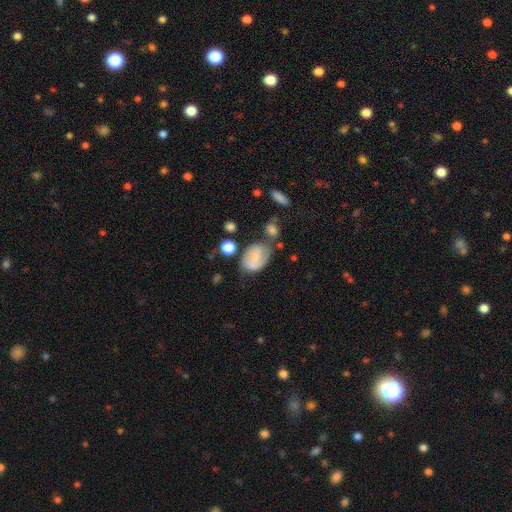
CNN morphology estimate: The model was most divided on "smooth or featured": smooth: 55%, featured or disk: 35%, star or artifact: 9%. Remaining: how rounded — in between (80%); merging — none (45%).